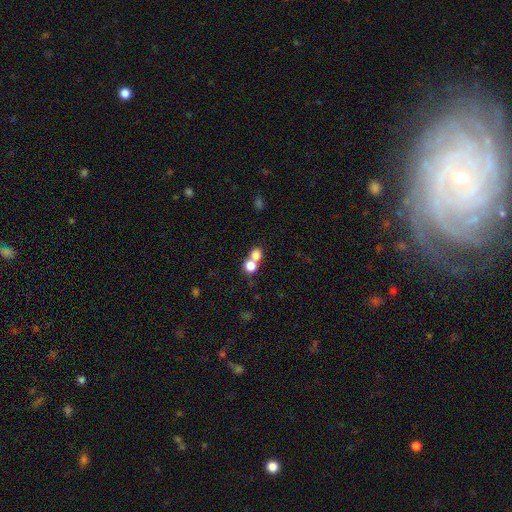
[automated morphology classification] type=smooth (76%); roundness=round (72%); merging=merger (53%).